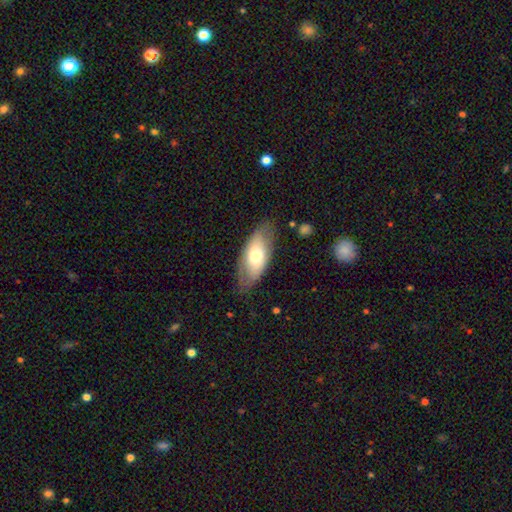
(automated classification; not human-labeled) Smooth or featured: smooth — 61% (featured or disk — 32%)
How rounded: in between — 86% (cigar-shaped — 10%)
Merging: none — 72% (minor disturbance — 21%)